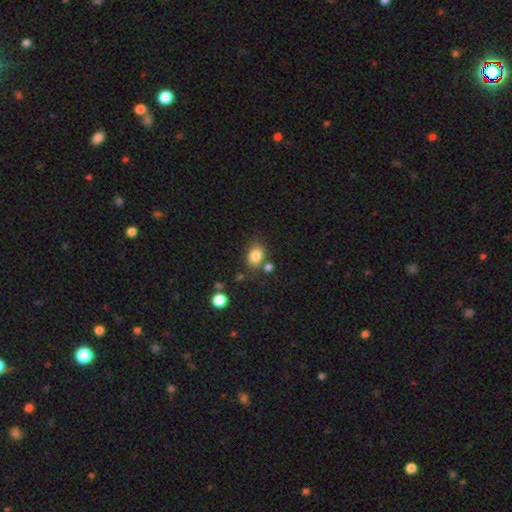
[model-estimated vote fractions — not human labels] Smooth or featured: smooth — 83% (star or artifact — 10%)
How rounded: in between — 61% (round — 38%)
Merging: none — 70% (minor disturbance — 15%)